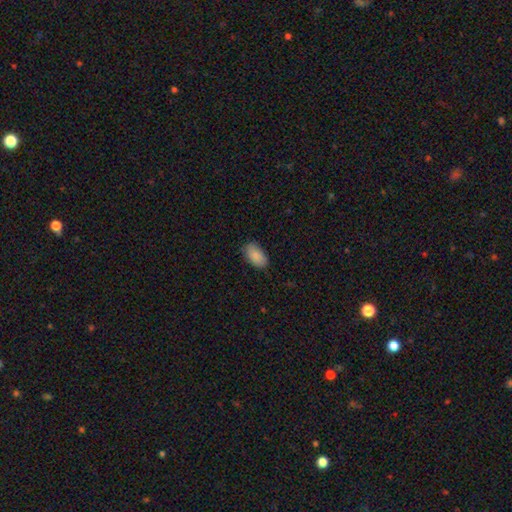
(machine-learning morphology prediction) smooth-or-featured: smooth: 88% | star or artifact: 7% | featured or disk: 6%
  how-rounded: in between: 94% | round: 4% | cigar-shaped: 2%
  merging: none: 83% | minor disturbance: 13% | major disturbance: 3% | merger: 1%